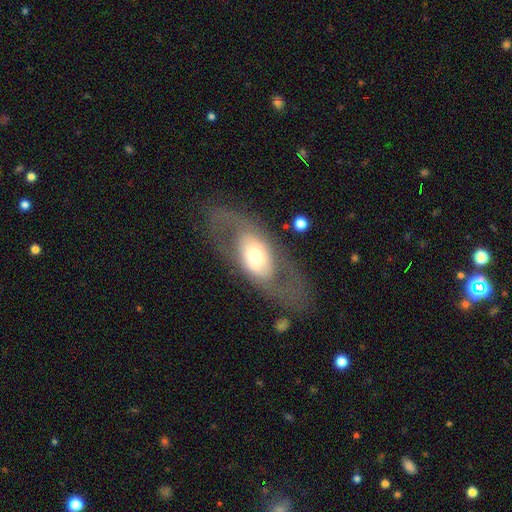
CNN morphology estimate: smooth_or_featured: featured or disk (p=0.58) [alt: smooth p=0.36]
disk_edge_on: no (p=0.84) [alt: yes p=0.16]
merging: none (p=0.72) [alt: major disturbance p=0.13]